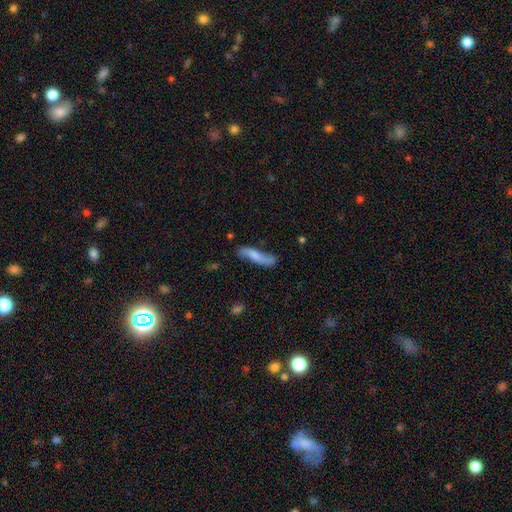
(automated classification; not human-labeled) A smooth galaxy with no disk features (51%) that is cigar-shaped (76%).

Vote fractions:
- Smooth or featured? smooth: 51% / featured or disk: 43% / star or artifact: 6%
- How rounded? cigar-shaped: 76% / in between: 22% / round: 2%
- Merging? none: 65% / minor disturbance: 23% / major disturbance: 7% / merger: 4%